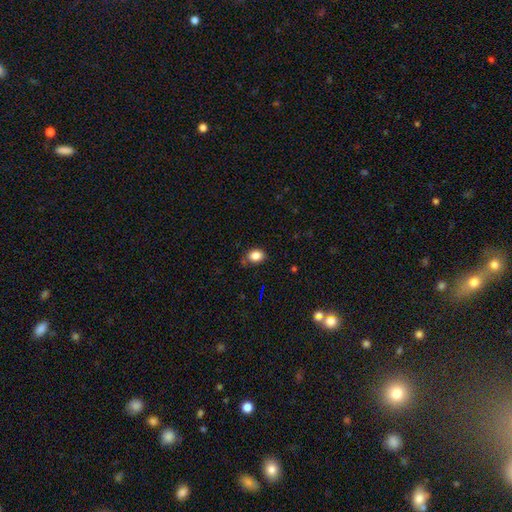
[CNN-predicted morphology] Smooth or featured?
  - smooth: 83% *
  - star or artifact: 10%
  - featured or disk: 6%
How rounded?
  - in between: 57% *
  - round: 42%
  - cigar-shaped: 1%
Merging?
  - none: 76% *
  - minor disturbance: 17%
  - major disturbance: 4%
  - merger: 3%